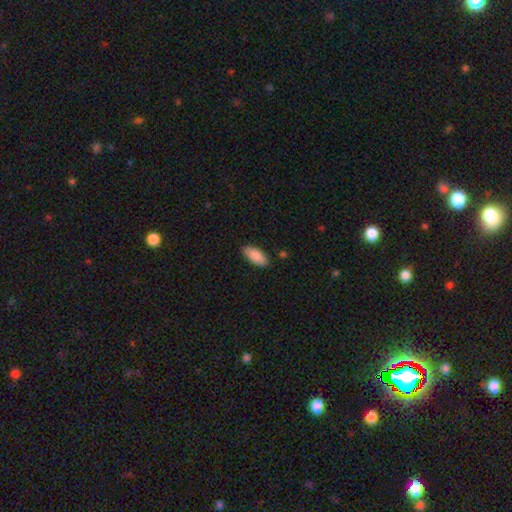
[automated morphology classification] type=smooth (89%); roundness=in between (86%); merging=none (85%).